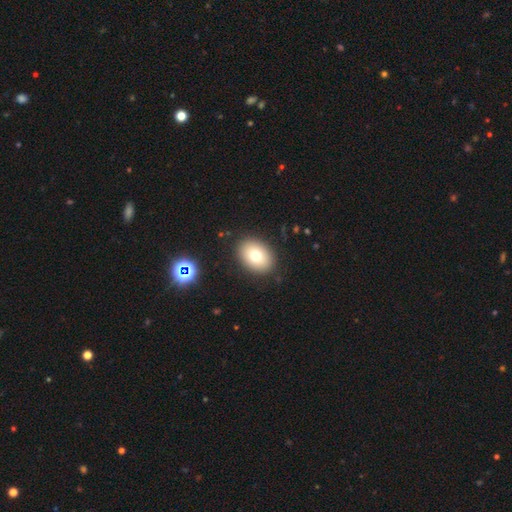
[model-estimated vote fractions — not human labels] A smooth galaxy with no disk features (76%) that is in between round and cigar-shaped (70%).

Vote fractions:
- Smooth or featured? smooth: 76% / featured or disk: 14% / star or artifact: 10%
- How rounded? in between: 70% / round: 29% / cigar-shaped: 1%
- Merging? none: 89% / minor disturbance: 7% / major disturbance: 2% / merger: 1%